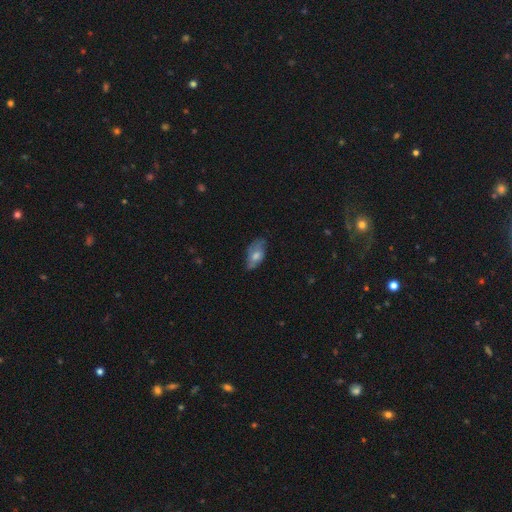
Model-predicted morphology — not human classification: Smooth or featured? Predicted: smooth (p=0.50). Merging? Predicted: none (p=0.62).